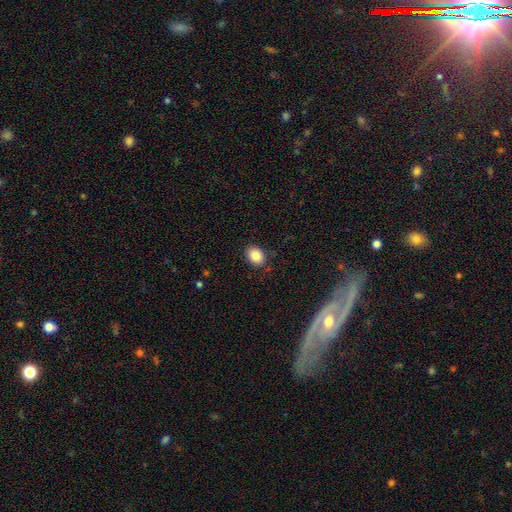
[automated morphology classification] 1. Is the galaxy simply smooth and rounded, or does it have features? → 85% smooth, 9% star or artifact, 6% featured or disk.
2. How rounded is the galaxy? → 55% in between, 44% round, 1% cigar-shaped.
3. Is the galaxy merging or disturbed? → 87% none, 10% minor disturbance, 2% major disturbance, 1% merger.